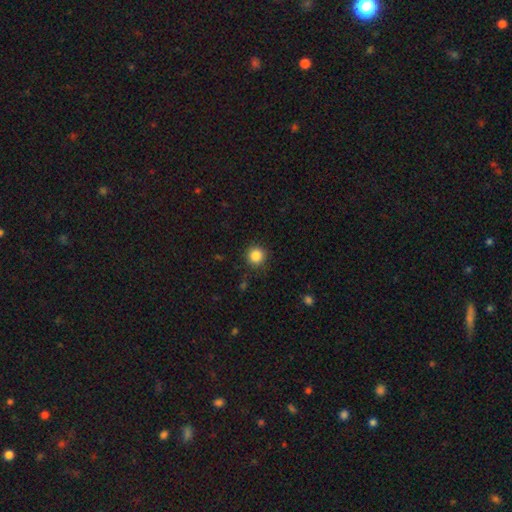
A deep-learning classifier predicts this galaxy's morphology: Overall: smooth (85%). How rounded: round (94%). Merging: none (90%).